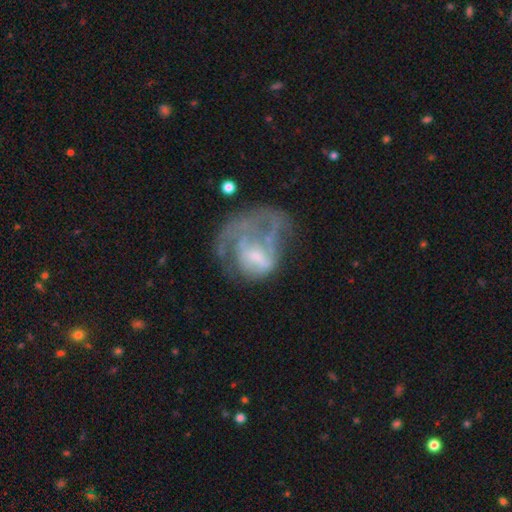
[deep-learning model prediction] Q: Smooth or featured?
A: featured or disk (63%); runner-up: smooth (27%)
Q: Edge-on disk?
A: no (97%); runner-up: yes (3%)
Q: Bar?
A: no (62%); runner-up: weak (30%)
Q: Spiral arms?
A: no (56%); runner-up: yes (44%)
Q: Bulge size?
A: none (37%); runner-up: moderate (29%)
Q: Merging?
A: major disturbance (49%); runner-up: none (26%)